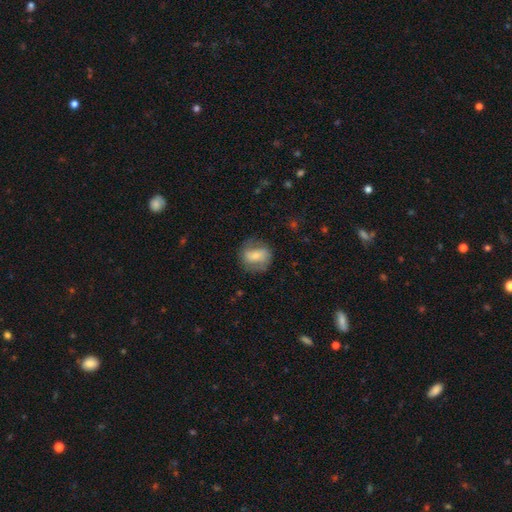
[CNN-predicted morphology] smooth_or_featured: smooth (p=0.55) [alt: featured or disk p=0.37]
how_rounded: round (p=0.59) [alt: in between p=0.39]
merging: none (p=0.69) [alt: minor disturbance p=0.19]